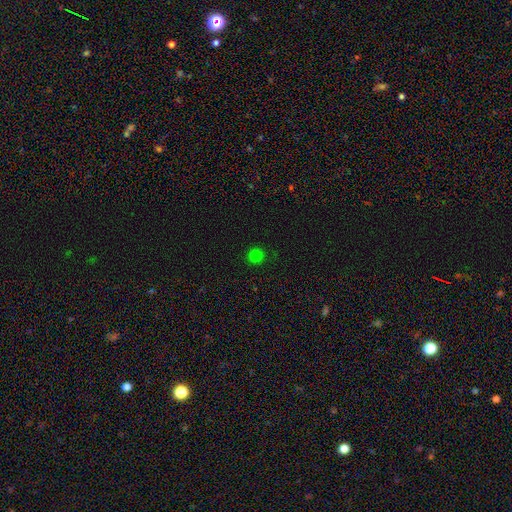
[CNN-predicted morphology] type=smooth (79%); roundness=round (94%); merging=none (92%).